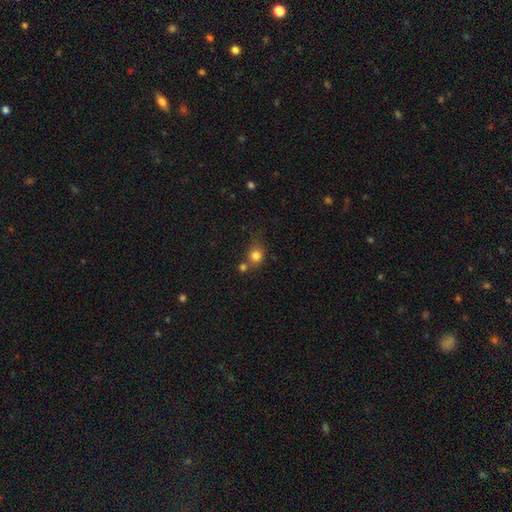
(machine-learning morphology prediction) smooth_or_featured: smooth (p=0.80) [alt: star or artifact p=0.12]
how_rounded: round (p=0.77) [alt: in between p=0.22]
merging: none (p=0.51) [alt: merger p=0.28]